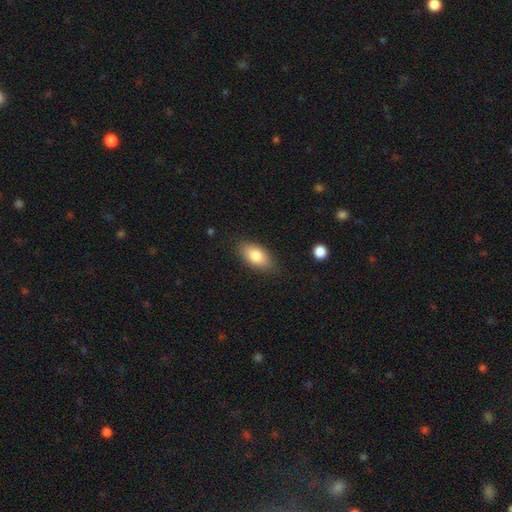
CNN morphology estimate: smooth_or_featured: smooth (p=0.81) [alt: featured or disk p=0.12]
how_rounded: in between (p=0.91) [alt: cigar-shaped p=0.05]
merging: none (p=0.83) [alt: minor disturbance p=0.13]